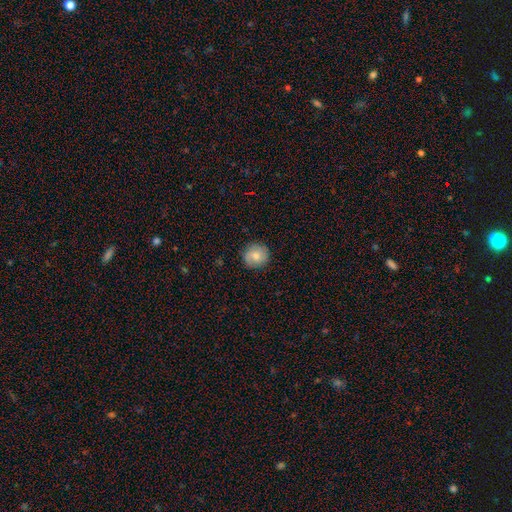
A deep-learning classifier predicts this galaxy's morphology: smooth-or-featured: smooth: 66% | featured or disk: 26% | star or artifact: 8%
  how-rounded: round: 91% | in between: 8% | cigar-shaped: 1%
  merging: none: 87% | minor disturbance: 10% | major disturbance: 2% | merger: 1%